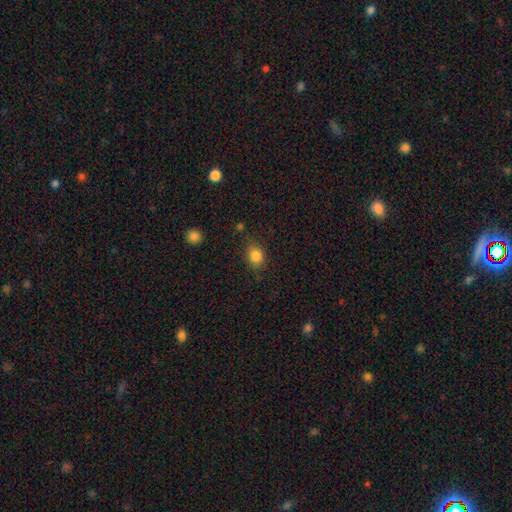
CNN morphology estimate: A smooth galaxy with no disk features (84%) that is in between round and cigar-shaped (51%).

Vote fractions:
- Smooth or featured? smooth: 84% / star or artifact: 10% / featured or disk: 6%
- How rounded? in between: 51% / round: 48% / cigar-shaped: 1%
- Merging? none: 77% / minor disturbance: 16% / major disturbance: 4% / merger: 2%